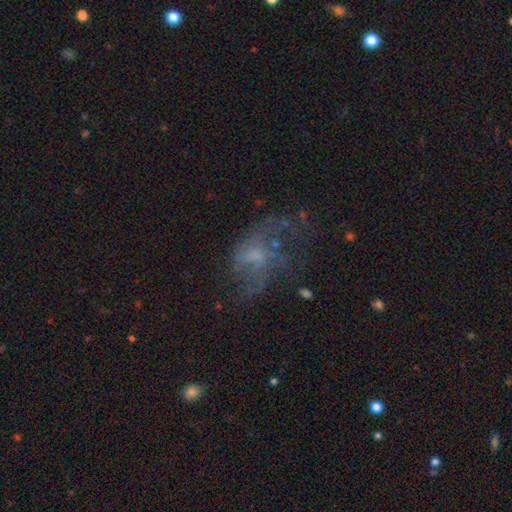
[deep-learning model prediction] Q: Smooth or featured?
A: featured or disk (56%); runner-up: smooth (25%)
Q: Edge-on disk?
A: no (97%); runner-up: yes (3%)
Q: Bar?
A: no (72%); runner-up: weak (25%)
Q: Spiral arms?
A: no (54%); runner-up: yes (46%)
Q: Bulge size?
A: small (43%); runner-up: none (32%)
Q: Merging?
A: major disturbance (41%); runner-up: none (38%)